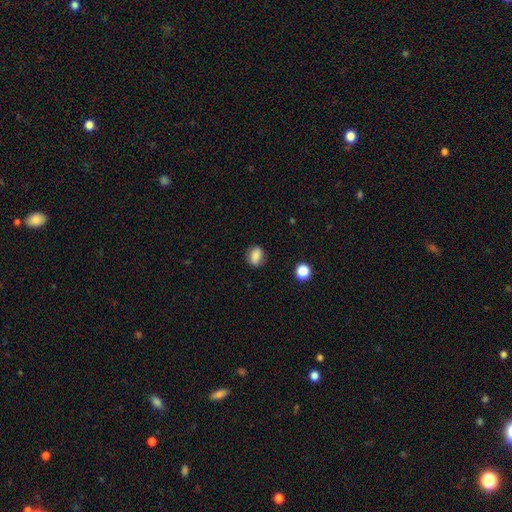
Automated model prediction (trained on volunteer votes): The model was most divided on "how rounded": in between: 60%, round: 38%, cigar-shaped: 2%. More confident: smooth or featured — smooth (83%); merging — none (81%).